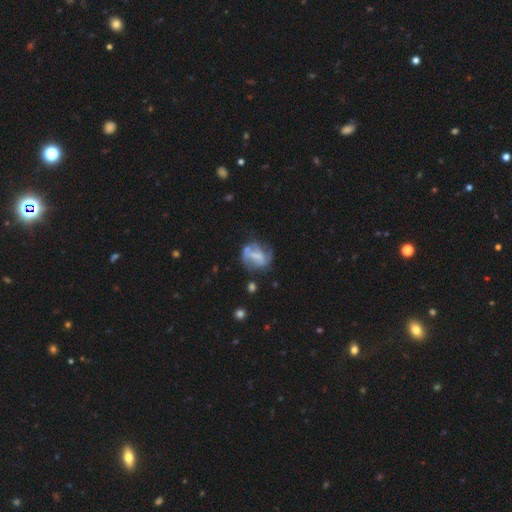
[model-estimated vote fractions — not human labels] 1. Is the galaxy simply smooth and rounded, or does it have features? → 58% featured or disk, 32% smooth, 10% star or artifact.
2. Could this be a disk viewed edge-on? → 97% no, 3% yes.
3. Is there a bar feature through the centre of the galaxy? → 36% no, 34% weak, 30% strong.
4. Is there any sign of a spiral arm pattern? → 52% yes, 48% no.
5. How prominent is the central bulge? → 49% none, 21% small, 21% moderate, 8% large, 2% dominant.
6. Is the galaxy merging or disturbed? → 45% none, 24% minor disturbance, 22% major disturbance, 9% merger.